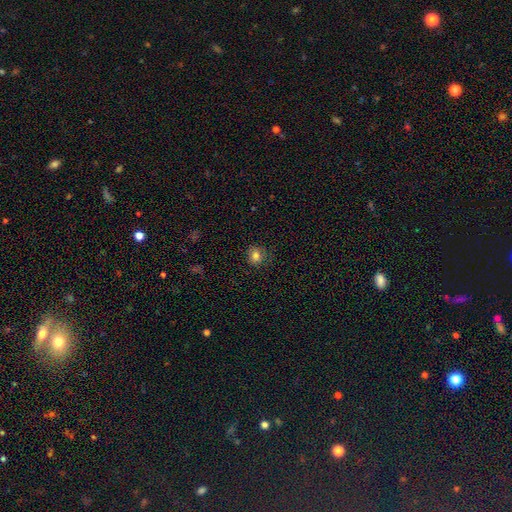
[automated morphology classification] This appears to be a smooth galaxy with no disk features (81%) that is round (78%). Merging: none (82%).